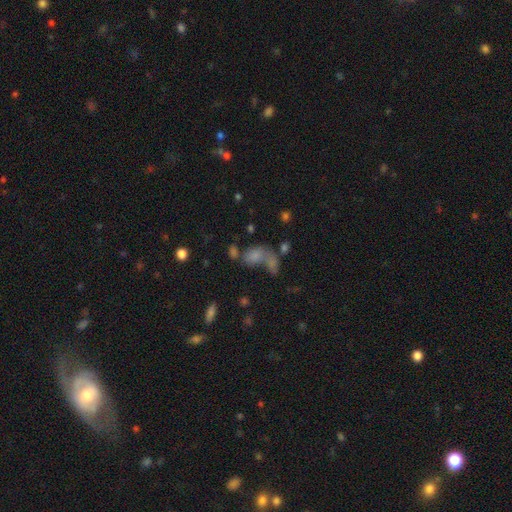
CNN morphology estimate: Smooth or featured? Predicted: smooth (p=0.68). How rounded? Predicted: in between (p=0.77). Merging? Predicted: merger (p=0.45).